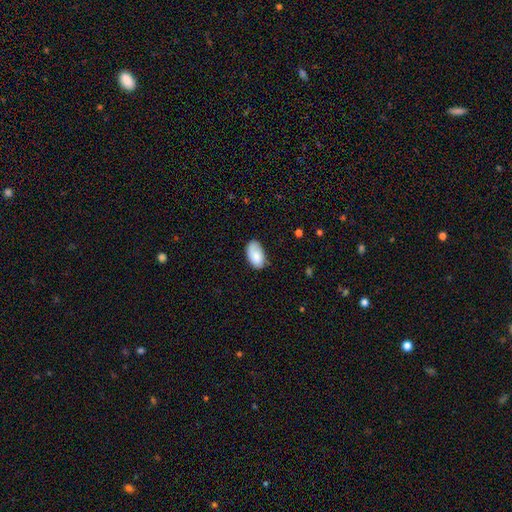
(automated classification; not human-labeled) smooth_or_featured: smooth (p=0.83) [alt: featured or disk p=0.10]
how_rounded: in between (p=0.95) [alt: round p=0.04]
merging: none (p=0.66) [alt: minor disturbance p=0.27]